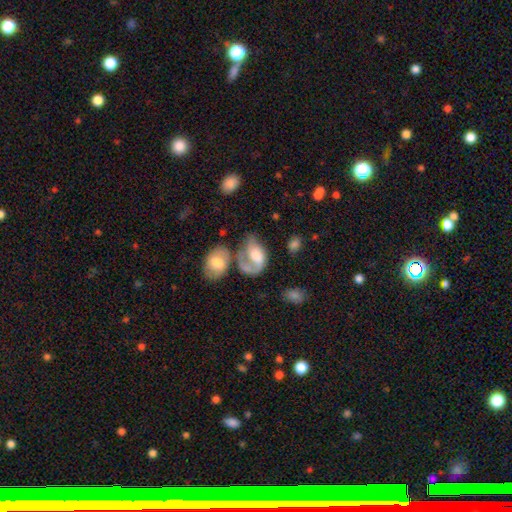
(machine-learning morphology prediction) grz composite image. It shows a featured or disk galaxy (50%). Merging: major disturbance (31%).